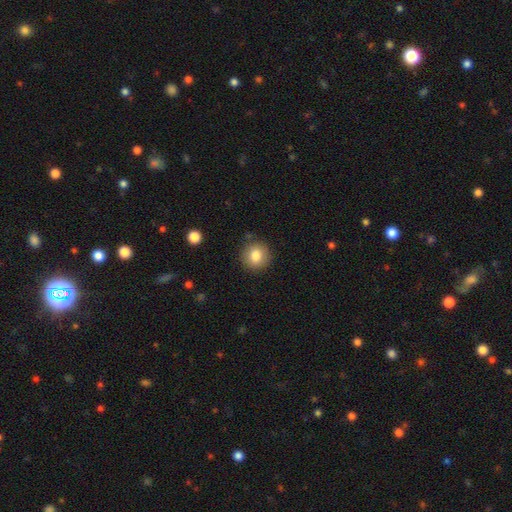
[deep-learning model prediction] The model was most divided on "smooth or featured": smooth: 82%, star or artifact: 9%, featured or disk: 9%. More confident: how rounded — round (89%); merging — none (87%).